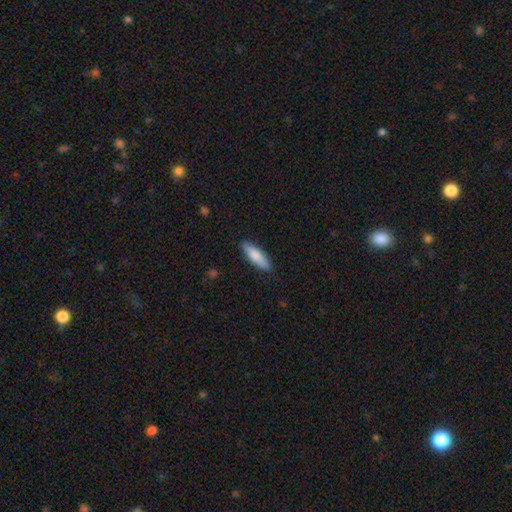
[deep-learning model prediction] Morphology: type=smooth (79%); roundness=cigar-shaped (58%); merging=none (89%).